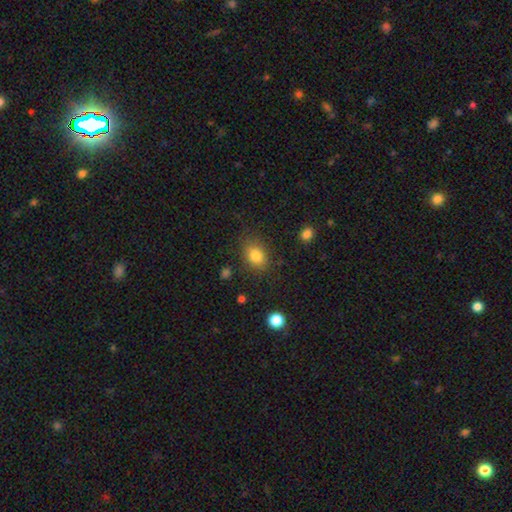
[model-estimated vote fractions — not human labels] Smooth or featured?
  - smooth: 82% *
  - star or artifact: 10%
  - featured or disk: 8%
How rounded?
  - in between: 66% *
  - round: 33%
  - cigar-shaped: 1%
Merging?
  - none: 79% *
  - minor disturbance: 14%
  - major disturbance: 4%
  - merger: 2%